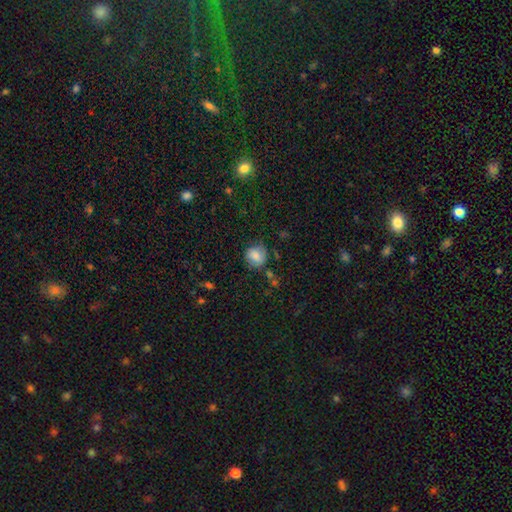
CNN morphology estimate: Overall: smooth (80%). How rounded: round (81%). Merging: none (68%).